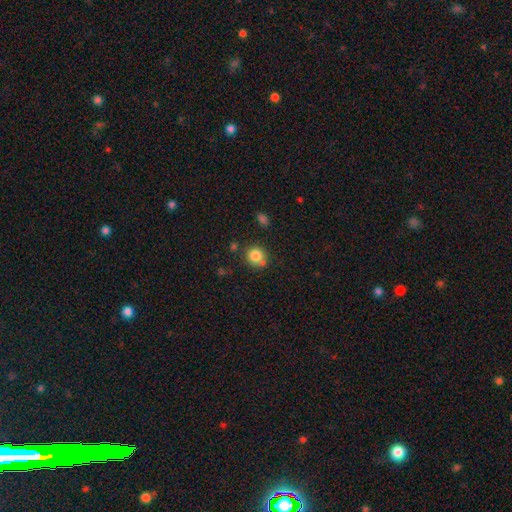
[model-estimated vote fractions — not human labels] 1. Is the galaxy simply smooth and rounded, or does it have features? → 82% smooth, 10% star or artifact, 7% featured or disk.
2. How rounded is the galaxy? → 85% round, 14% in between, 1% cigar-shaped.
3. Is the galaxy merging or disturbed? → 67% none, 15% minor disturbance, 13% merger, 4% major disturbance.